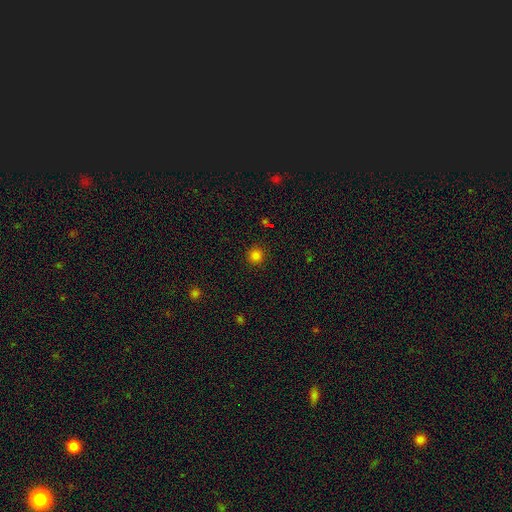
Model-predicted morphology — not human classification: Smooth or featured? smooth (81%)
How rounded? round (94%)
Merging? none (91%)